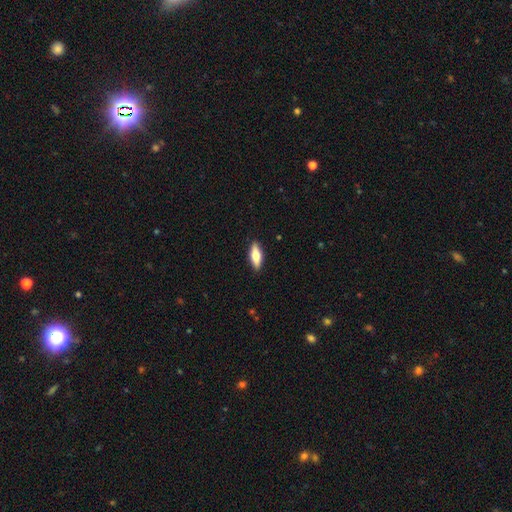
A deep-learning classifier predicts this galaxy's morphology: A smooth galaxy with no disk features (61%) that is in between round and cigar-shaped (58%).

Vote fractions:
- Smooth or featured? smooth: 61% / featured or disk: 33% / star or artifact: 6%
- How rounded? in between: 58% / cigar-shaped: 39% / round: 2%
- Merging? none: 89% / minor disturbance: 8% / major disturbance: 2% / merger: 1%